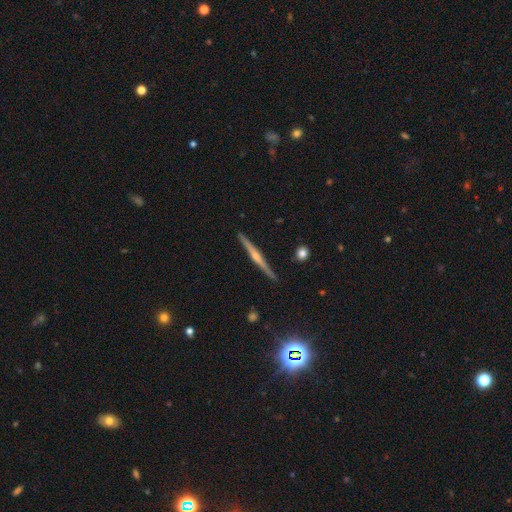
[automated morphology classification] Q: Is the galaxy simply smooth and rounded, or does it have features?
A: featured or disk — 77%.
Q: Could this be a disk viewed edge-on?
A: yes — 98%.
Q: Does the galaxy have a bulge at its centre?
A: rounded — 80%.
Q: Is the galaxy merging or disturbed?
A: none — 91%.